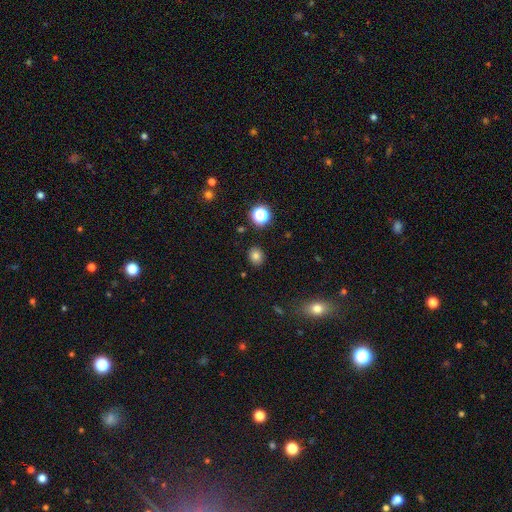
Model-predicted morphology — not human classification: A smooth galaxy with no disk features (79%) that is round (63%). Merging: none (88%).